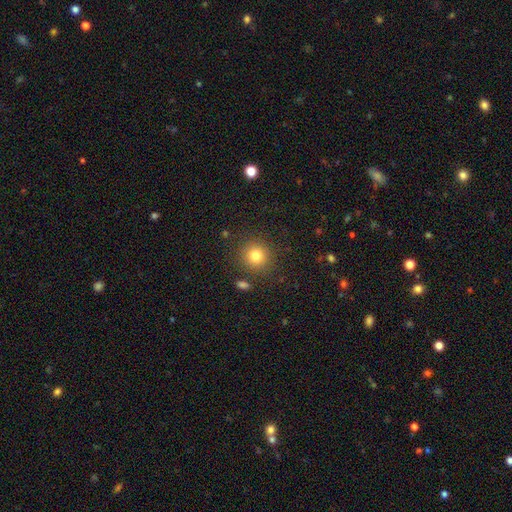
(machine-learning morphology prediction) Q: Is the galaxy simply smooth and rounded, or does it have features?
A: smooth — 81%.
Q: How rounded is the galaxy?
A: round — 91%.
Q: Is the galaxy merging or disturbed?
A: none — 87%.